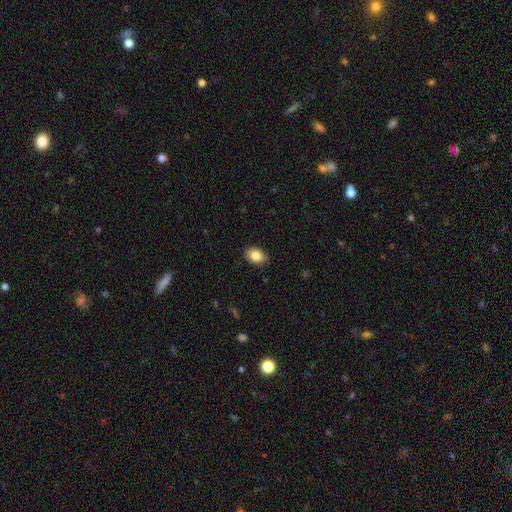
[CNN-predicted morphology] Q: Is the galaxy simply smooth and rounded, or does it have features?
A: smooth — 84%.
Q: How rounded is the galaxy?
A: in between — 79%.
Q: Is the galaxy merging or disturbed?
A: none — 83%.